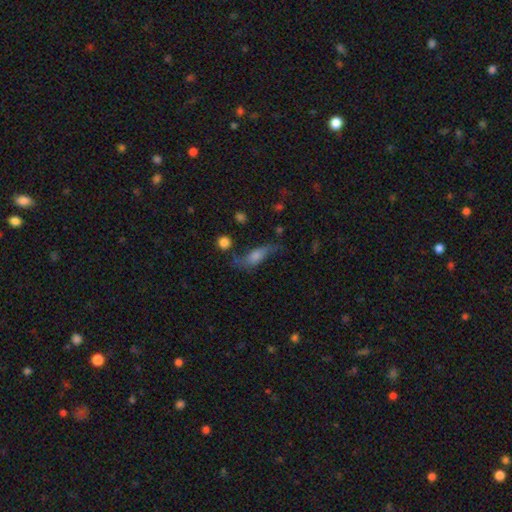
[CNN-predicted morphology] Q: Smooth or featured?
A: featured or disk (52%); runner-up: smooth (35%)
Q: Edge-on disk?
A: no (62%); runner-up: yes (38%)
Q: Merging?
A: none (58%); runner-up: minor disturbance (23%)